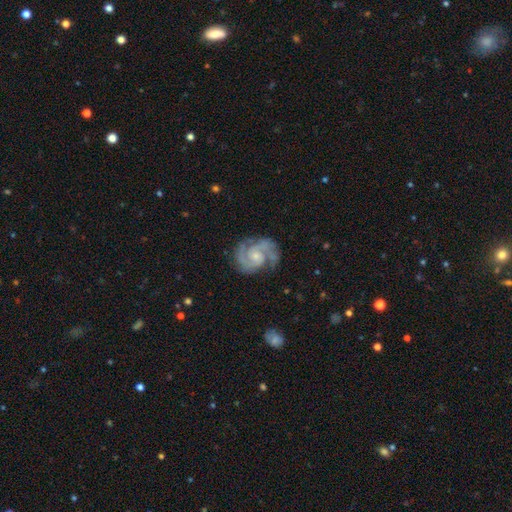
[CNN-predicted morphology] type=featured or disk (92%); edge-on=no (98%); bar=no (62%); spiral arms=yes (98%); winding=medium (47%, tied with tight); arm count=2 (76%); bulge=small (61%); merging=none (76%).